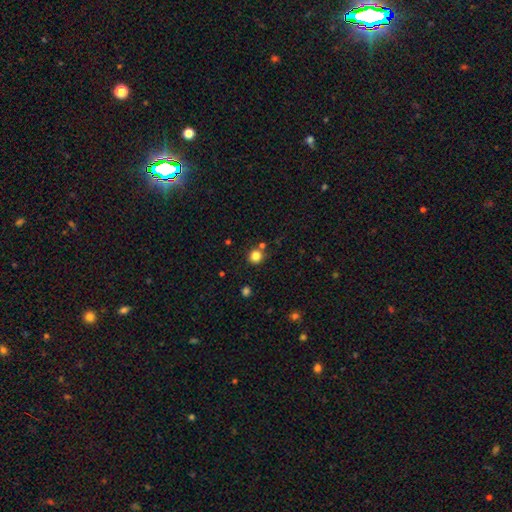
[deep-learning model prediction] This is clearly a smooth galaxy (82%). How rounded: clearly round (92%). Merging: likely none (77%).